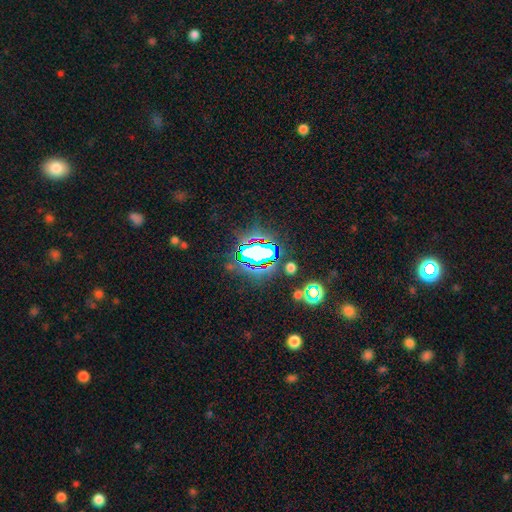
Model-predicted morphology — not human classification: Smooth or featured?
  - star or artifact: 76% *
  - smooth: 14%
  - featured or disk: 10%